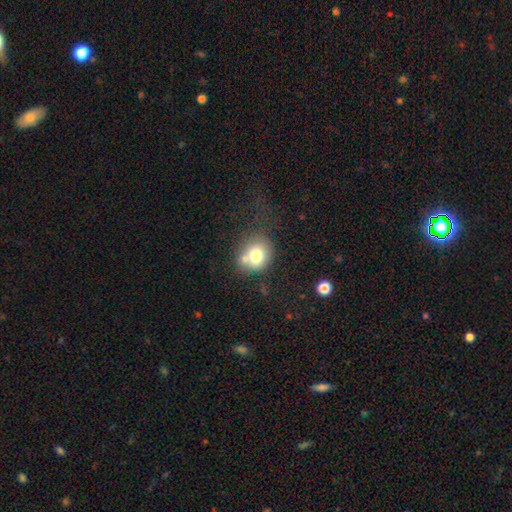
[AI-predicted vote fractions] Smooth or featured? Predicted: smooth (p=0.73). How rounded? Predicted: round (p=0.72). Merging? Predicted: none (p=0.52).